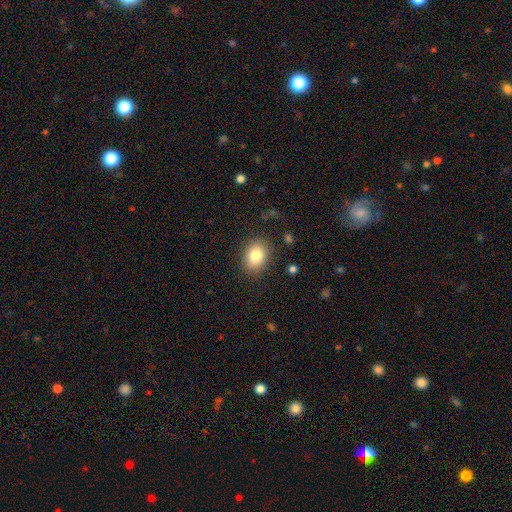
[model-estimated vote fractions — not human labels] A smooth galaxy with no disk features (82%) that is in between round and cigar-shaped (59%).

Vote fractions:
- Smooth or featured? smooth: 82% / star or artifact: 9% / featured or disk: 9%
- How rounded? in between: 59% / round: 40% / cigar-shaped: 1%
- Merging? none: 85% / minor disturbance: 10% / major disturbance: 3% / merger: 1%